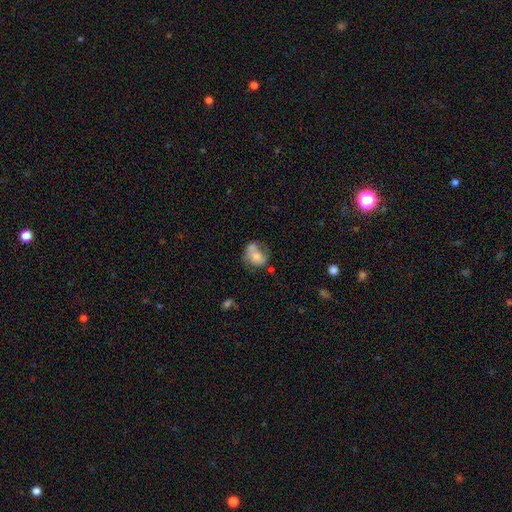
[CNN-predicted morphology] Smooth or featured?
  - smooth: 60% *
  - featured or disk: 31%
  - star or artifact: 9%
How rounded?
  - in between: 51% *
  - round: 48%
  - cigar-shaped: 1%
Merging?
  - none: 39% *
  - minor disturbance: 26%
  - merger: 21%
  - major disturbance: 14%